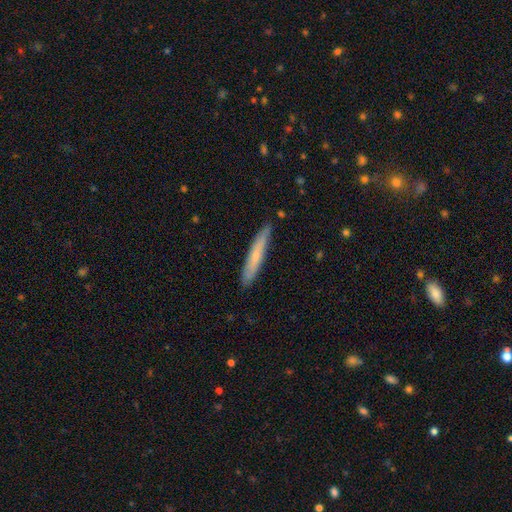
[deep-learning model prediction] Smooth or featured? smooth (62%)
How rounded? cigar-shaped (95%)
Merging? none (85%)